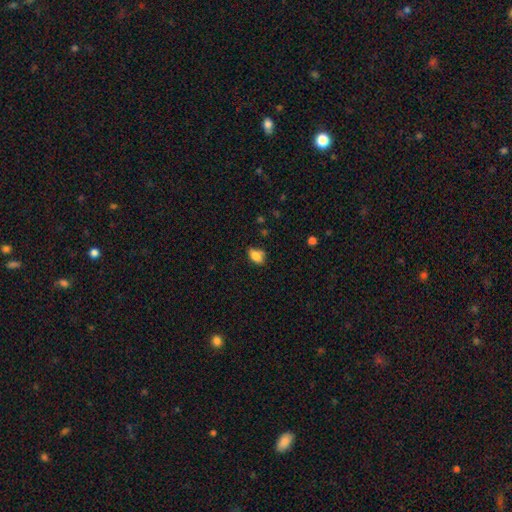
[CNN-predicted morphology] smooth-or-featured: smooth: 82% | star or artifact: 9% | featured or disk: 9%
  how-rounded: in between: 84% | round: 13% | cigar-shaped: 3%
  merging: none: 60% | minor disturbance: 28% | merger: 6% | major disturbance: 6%